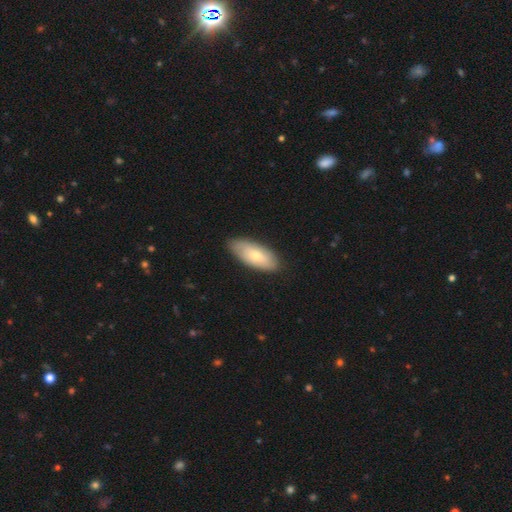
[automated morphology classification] A smooth galaxy with no disk features (67%) that is in between round and cigar-shaped (84%).

Vote fractions:
- Smooth or featured? smooth: 67% / featured or disk: 27% / star or artifact: 5%
- How rounded? in between: 84% / cigar-shaped: 14% / round: 2%
- Merging? none: 82% / minor disturbance: 14% / major disturbance: 3% / merger: 1%